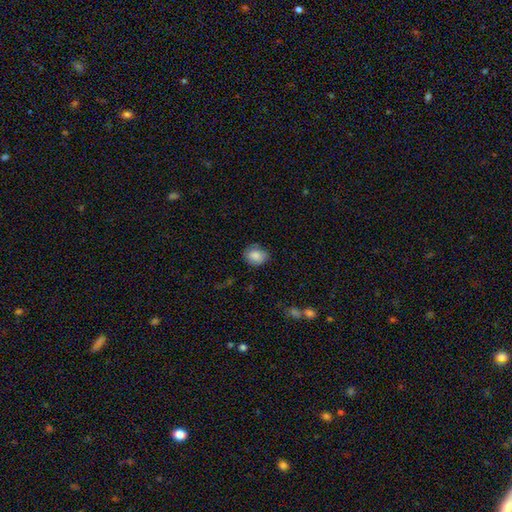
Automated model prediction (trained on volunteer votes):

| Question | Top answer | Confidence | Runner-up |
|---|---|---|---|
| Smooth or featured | smooth | 85% | star or artifact (8%) |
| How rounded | round | 52% | in between (47%) |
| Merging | none | 70% | minor disturbance (23%) |